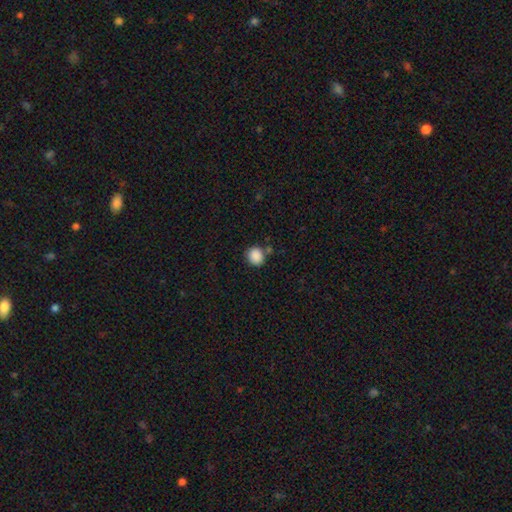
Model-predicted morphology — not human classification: Smooth or featured: smooth — 88% (star or artifact — 9%)
How rounded: round — 78% (in between — 21%)
Merging: none — 75% (minor disturbance — 13%)